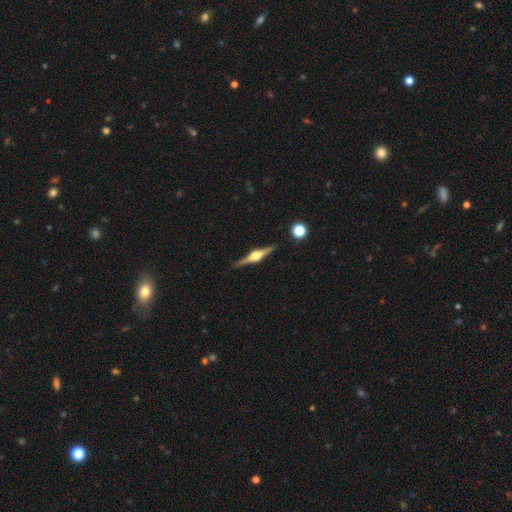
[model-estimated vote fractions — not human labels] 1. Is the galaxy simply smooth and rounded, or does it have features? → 86% featured or disk, 9% smooth, 5% star or artifact.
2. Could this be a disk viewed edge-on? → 98% yes, 2% no.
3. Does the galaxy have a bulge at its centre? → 94% rounded, 5% boxy, 1% none.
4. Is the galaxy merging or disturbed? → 89% none, 8% minor disturbance, 2% major disturbance, 2% merger.